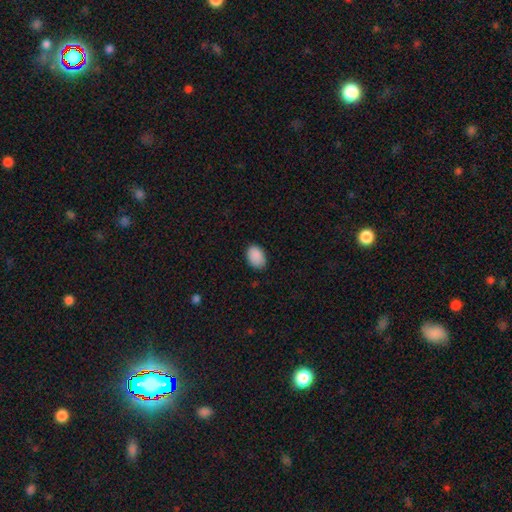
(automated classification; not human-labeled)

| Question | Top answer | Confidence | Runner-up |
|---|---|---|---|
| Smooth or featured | smooth | 90% | star or artifact (7%) |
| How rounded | in between | 85% | round (14%) |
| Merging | none | 83% | minor disturbance (14%) |